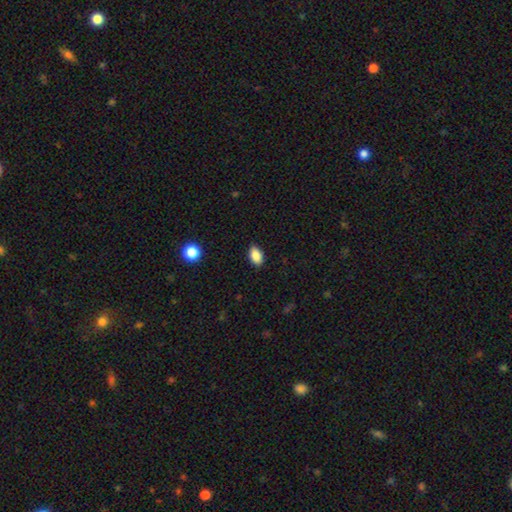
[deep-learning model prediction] This is clearly a smooth galaxy (87%). How rounded: clearly in between (89%). Merging: clearly none (87%).